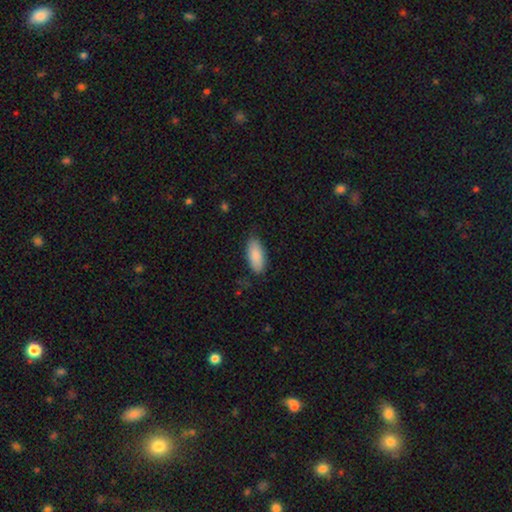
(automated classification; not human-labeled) Smooth or featured? Predicted: smooth (p=0.88). How rounded? Predicted: in between (p=0.85). Merging? Predicted: none (p=0.83).